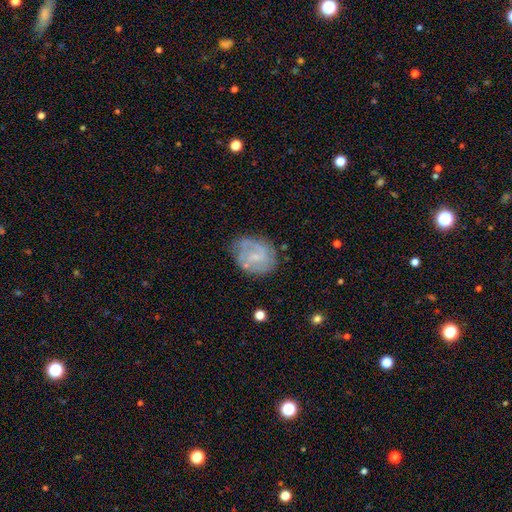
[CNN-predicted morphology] Overall: featured or disk (66%; smooth 27%). Edge-on disk: no (98%). Bar: no (50%; weak 42%). Spiral arms: yes (77%). Bulge size: small (54%; none 28%). Merging: none (66%).